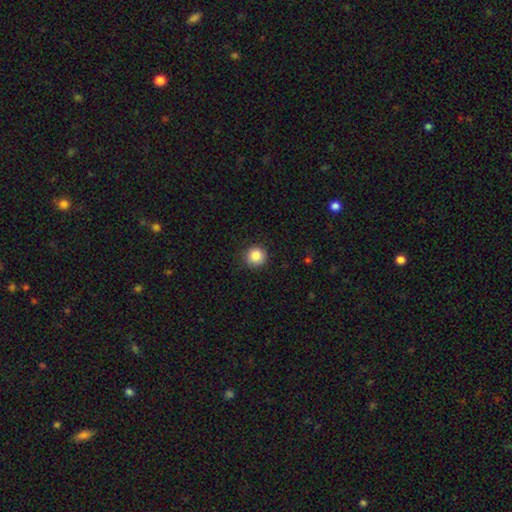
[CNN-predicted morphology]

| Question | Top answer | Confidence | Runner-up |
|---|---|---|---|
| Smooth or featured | smooth | 87% | star or artifact (9%) |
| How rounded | round | 95% | in between (4%) |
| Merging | none | 89% | minor disturbance (8%) |